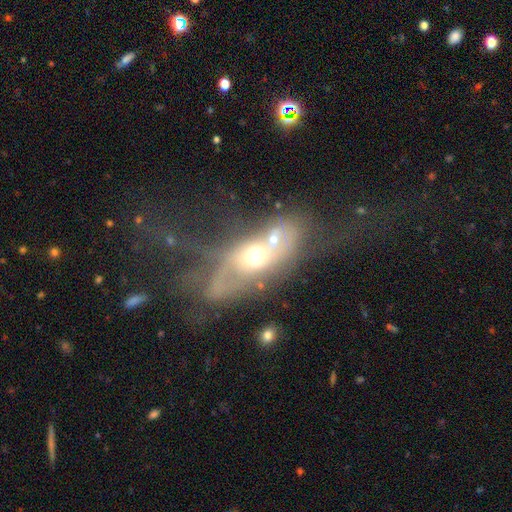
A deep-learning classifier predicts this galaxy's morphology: Smooth or featured? featured or disk (56%)
Edge-on disk? no (86%)
Merging? major disturbance (36%)